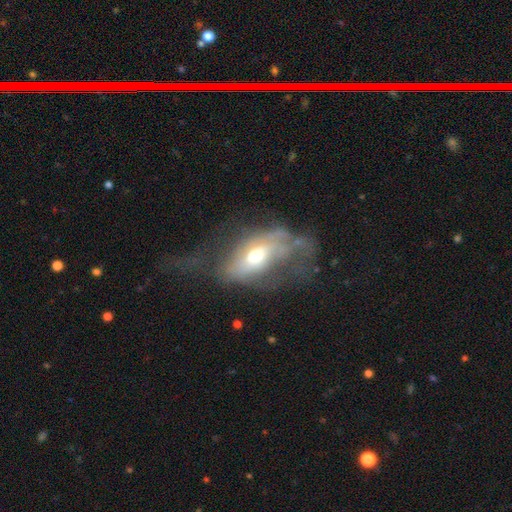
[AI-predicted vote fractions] Smooth or featured? featured or disk (56%)
Edge-on disk? no (87%)
Merging? major disturbance (50%)